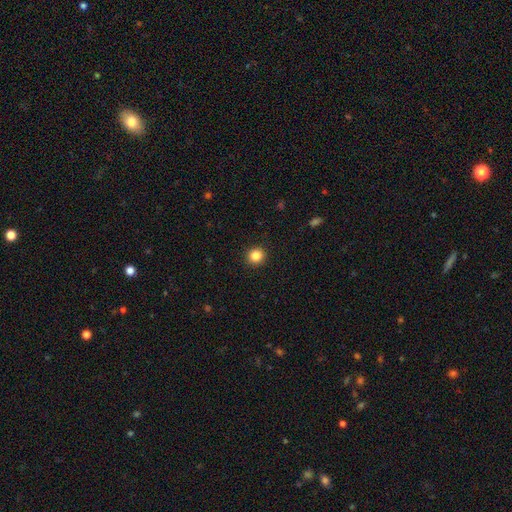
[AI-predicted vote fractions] smooth_or_featured: smooth (p=0.85) [alt: star or artifact p=0.11]
how_rounded: round (p=0.92) [alt: in between p=0.07]
merging: none (p=0.92) [alt: minor disturbance p=0.05]